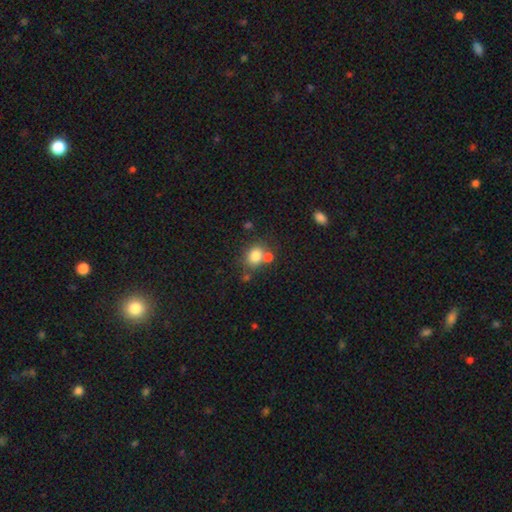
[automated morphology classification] Overall: smooth (80%). How rounded: round (59%; in between 40%). Merging: none (58%; merger 25%).